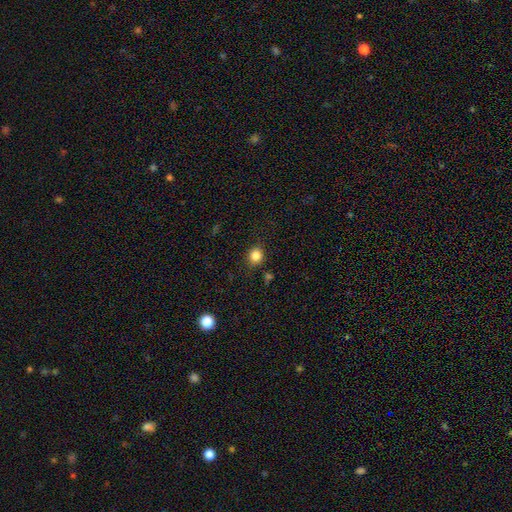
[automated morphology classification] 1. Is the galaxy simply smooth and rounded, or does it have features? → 84% smooth, 12% star or artifact, 4% featured or disk.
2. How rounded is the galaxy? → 82% round, 17% in between, 1% cigar-shaped.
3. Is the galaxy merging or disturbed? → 86% none, 9% minor disturbance, 3% major disturbance, 2% merger.